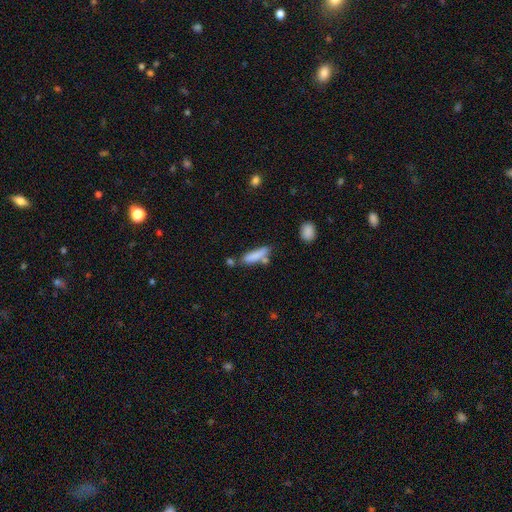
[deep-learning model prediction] This appears to be a smooth galaxy with no disk features (82%) that is cigar-shaped (68%). Merging: none (60%).